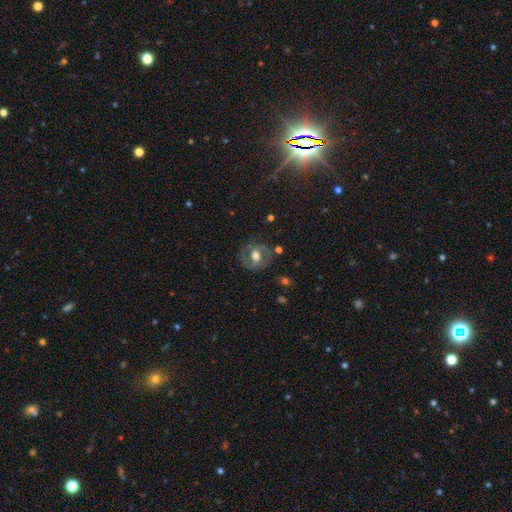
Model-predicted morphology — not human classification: Smooth or featured? Predicted: featured or disk (p=0.57). Edge-on disk? Predicted: no (p=0.95). Bar? Predicted: no (p=0.45). Spiral arms? Predicted: yes (p=0.59). Bulge size? Predicted: moderate (p=0.60). Merging? Predicted: none (p=0.72).